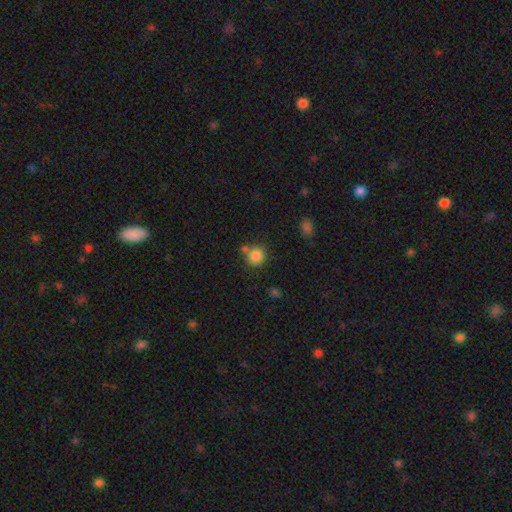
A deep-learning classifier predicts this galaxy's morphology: smooth 84%, star or artifact 10%, featured or disk 6%. Down the decision tree: how rounded — round (87%); merging — none (68%).